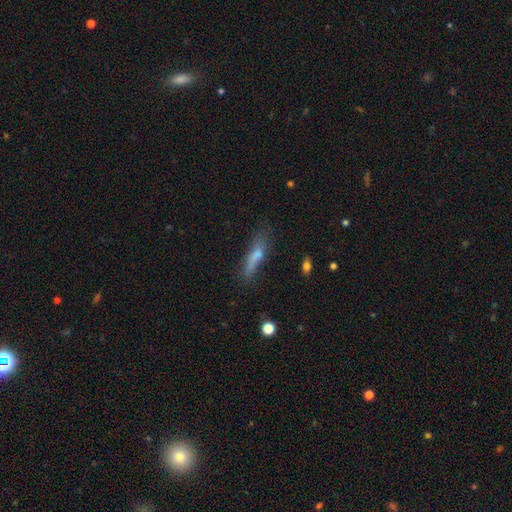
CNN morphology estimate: This appears to be a smooth galaxy with no disk features (66%) that is cigar-shaped (76%). Merging: none (52%).